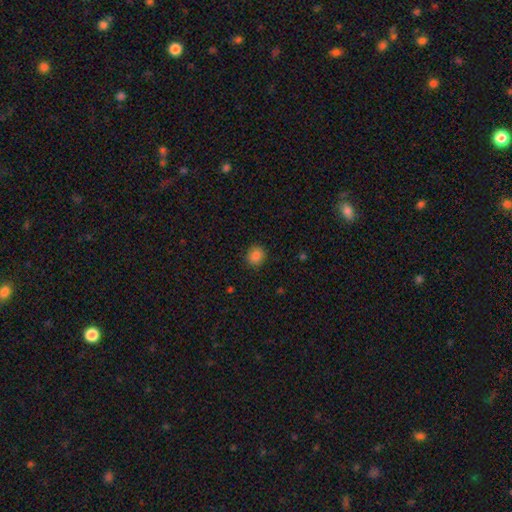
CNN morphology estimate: The model was most divided on "how rounded": round: 76%, in between: 23%, cigar-shaped: 1%. More confident: merging — none (89%); smooth or featured — smooth (86%).